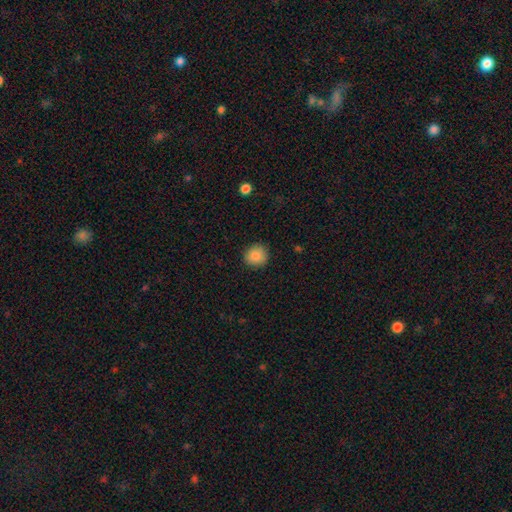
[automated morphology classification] smooth 88%, star or artifact 9%, featured or disk 3%. Down the decision tree: how rounded — round (89%); merging — none (89%).